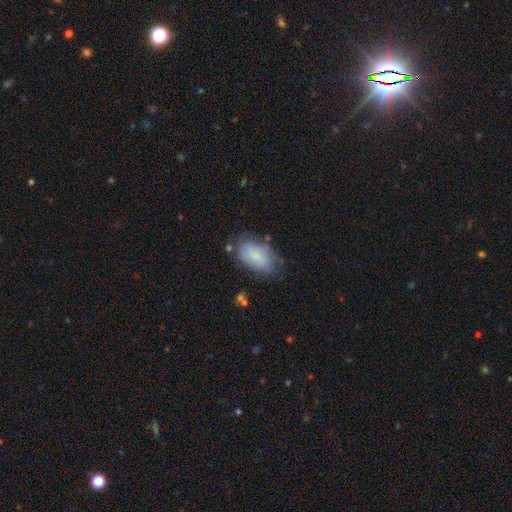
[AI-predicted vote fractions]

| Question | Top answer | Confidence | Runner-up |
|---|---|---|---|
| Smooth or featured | smooth | 68% | featured or disk (24%) |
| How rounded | in between | 92% | round (6%) |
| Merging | none | 65% | minor disturbance (23%) |